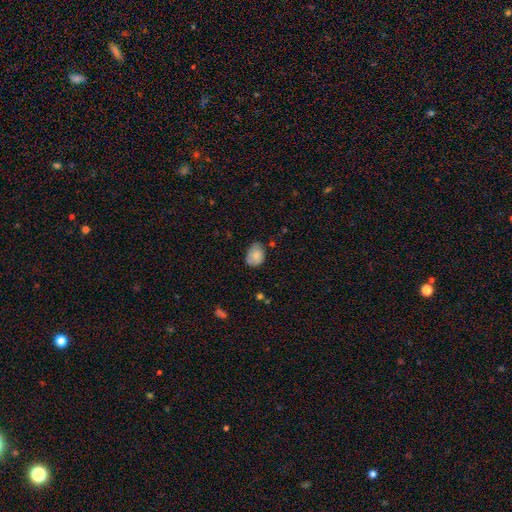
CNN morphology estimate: Overall: smooth (81%). How rounded: in between (70%). Merging: none (57%; minor disturbance 33%).